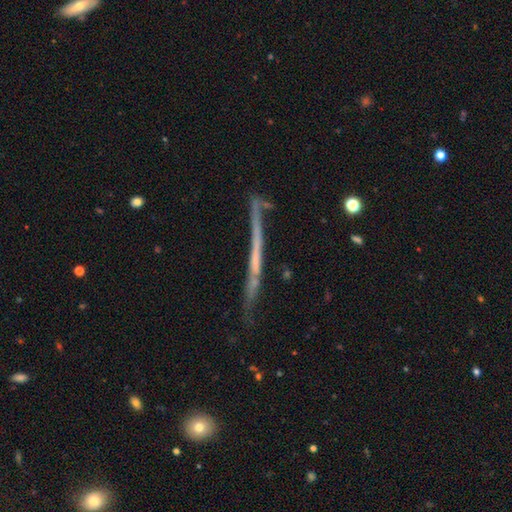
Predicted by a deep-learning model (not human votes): The model was most divided on "smooth or featured": featured or disk: 63%, smooth: 29%, star or artifact: 8%. More confident: edge-on disk — yes (93%); edge-on bulge — none (88%); merging — none (67%).